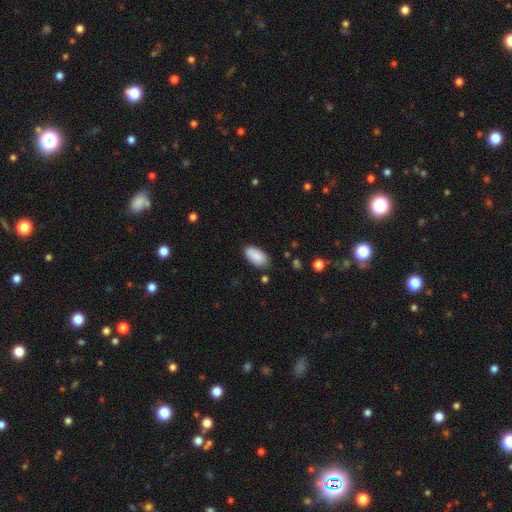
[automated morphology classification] smooth_or_featured: smooth (p=0.88) [alt: star or artifact p=0.07]
how_rounded: in between (p=0.94) [alt: round p=0.03]
merging: none (p=0.78) [alt: minor disturbance p=0.16]